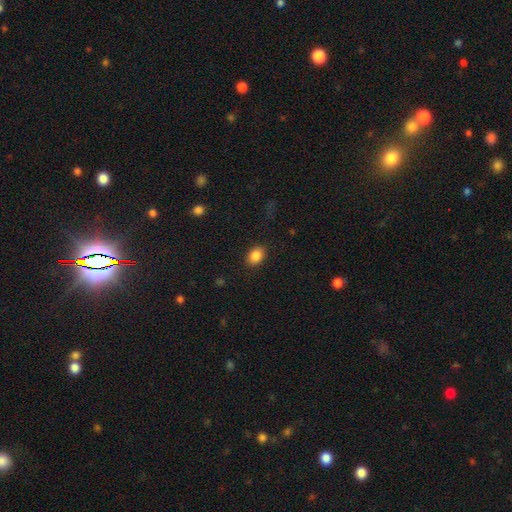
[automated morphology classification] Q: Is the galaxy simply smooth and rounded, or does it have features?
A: smooth — 87%.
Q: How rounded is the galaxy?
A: in between — 72%.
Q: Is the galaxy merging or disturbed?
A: none — 88%.